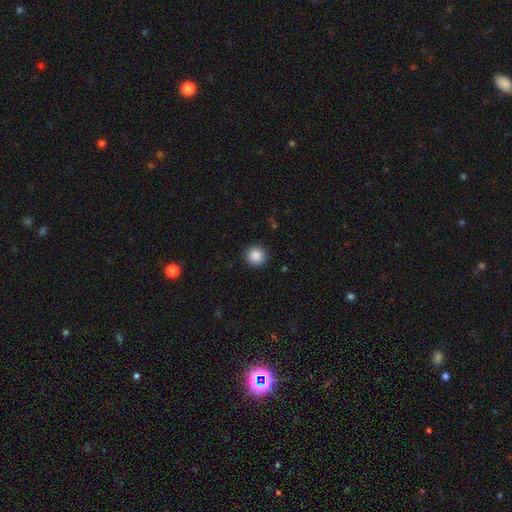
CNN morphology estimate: Smooth or featured? Predicted: smooth (p=0.87). How rounded? Predicted: round (p=0.94). Merging? Predicted: none (p=0.92).